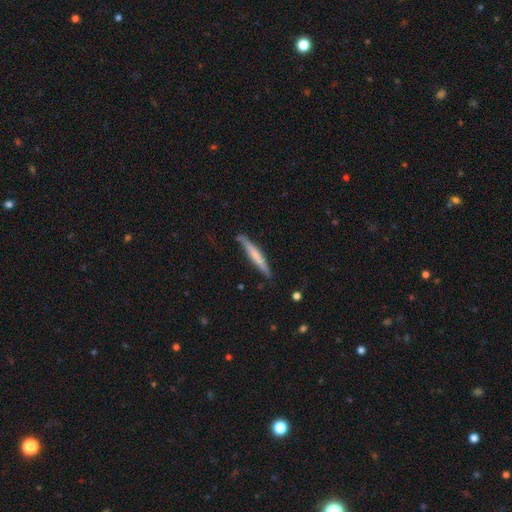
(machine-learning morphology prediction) This is possibly a smooth galaxy (54%). How rounded: clearly cigar-shaped (95%). Merging: clearly none (82%).